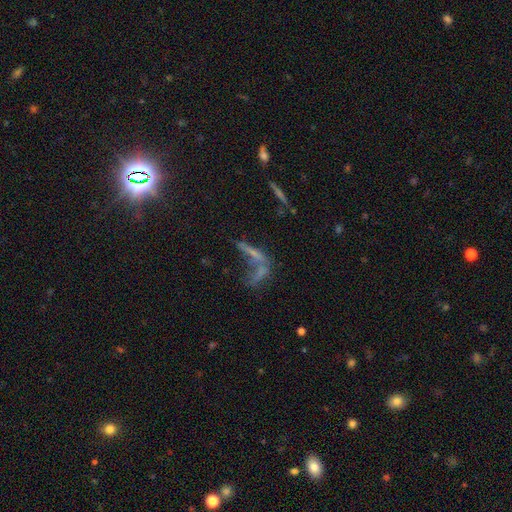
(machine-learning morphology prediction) type=smooth (41%); merging=merger (38%).